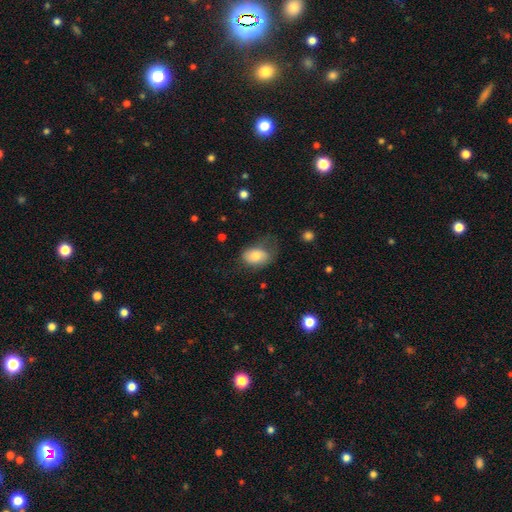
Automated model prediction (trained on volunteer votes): Smooth or featured? Predicted: smooth (p=0.76). How rounded? Predicted: in between (p=0.82). Merging? Predicted: none (p=0.50).